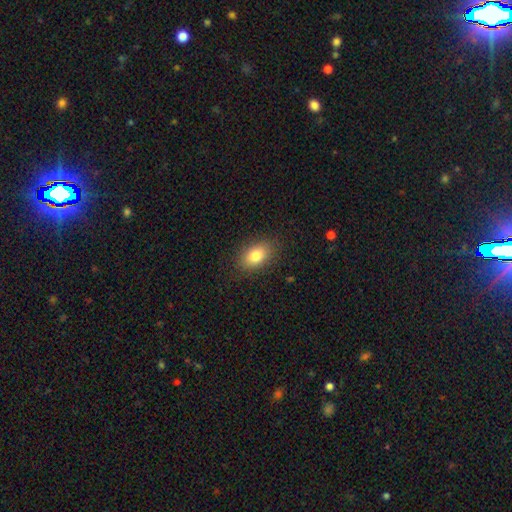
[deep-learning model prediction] Q: Smooth or featured?
A: smooth (83%); runner-up: featured or disk (9%)
Q: How rounded?
A: in between (85%); runner-up: round (13%)
Q: Merging?
A: none (86%); runner-up: minor disturbance (10%)